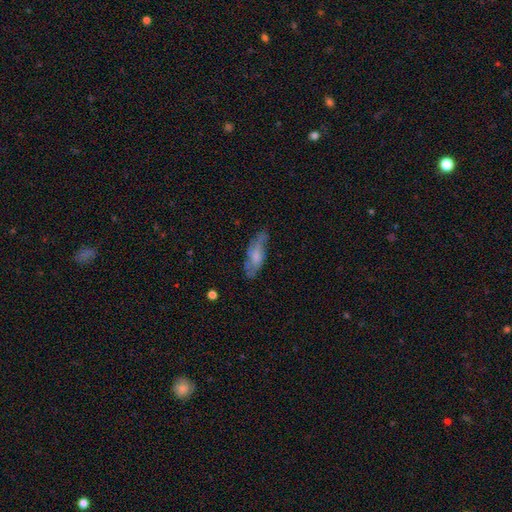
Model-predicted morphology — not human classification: Smooth or featured?
  - smooth: 51% *
  - featured or disk: 42%
  - star or artifact: 7%
How rounded?
  - in between: 66% *
  - cigar-shaped: 32%
  - round: 2%
Merging?
  - none: 58% *
  - minor disturbance: 28%
  - major disturbance: 11%
  - merger: 2%